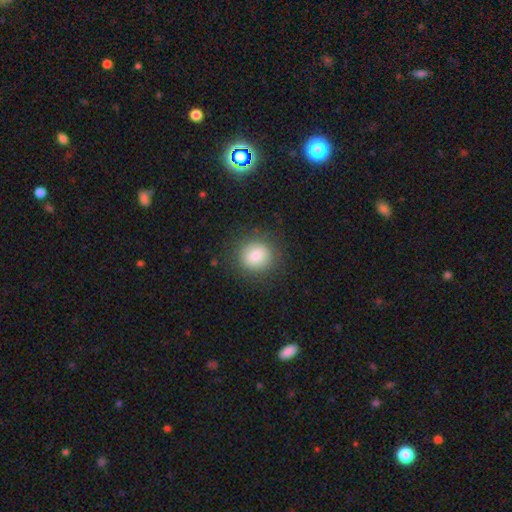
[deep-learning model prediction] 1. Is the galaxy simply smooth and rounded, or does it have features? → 83% smooth, 9% star or artifact, 8% featured or disk.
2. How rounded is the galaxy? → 83% round, 16% in between, 1% cigar-shaped.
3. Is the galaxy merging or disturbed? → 85% none, 10% minor disturbance, 4% major disturbance, 1% merger.